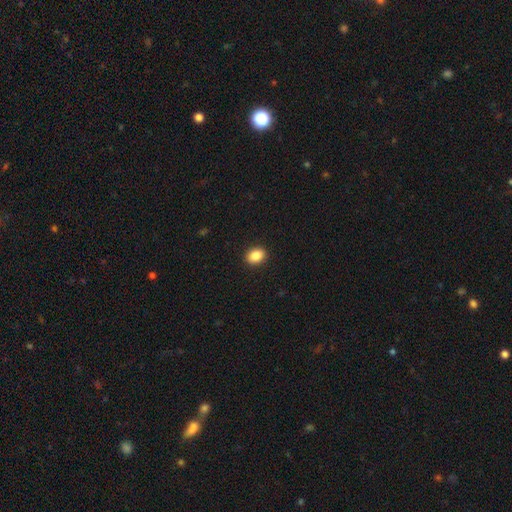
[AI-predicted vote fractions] A smooth galaxy with no disk features (88%) that is in between round and cigar-shaped (65%).

Vote fractions:
- Smooth or featured? smooth: 88% / star or artifact: 8% / featured or disk: 4%
- How rounded? in between: 65% / round: 34% / cigar-shaped: 1%
- Merging? none: 92% / minor disturbance: 6% / major disturbance: 2% / merger: 1%